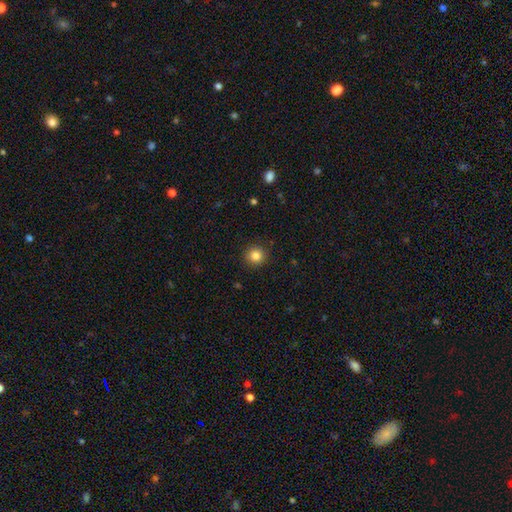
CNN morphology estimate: smooth-or-featured: smooth: 84% | star or artifact: 11% | featured or disk: 5%
  how-rounded: round: 93% | in between: 6% | cigar-shaped: 1%
  merging: none: 92% | minor disturbance: 5% | major disturbance: 2% | merger: 1%